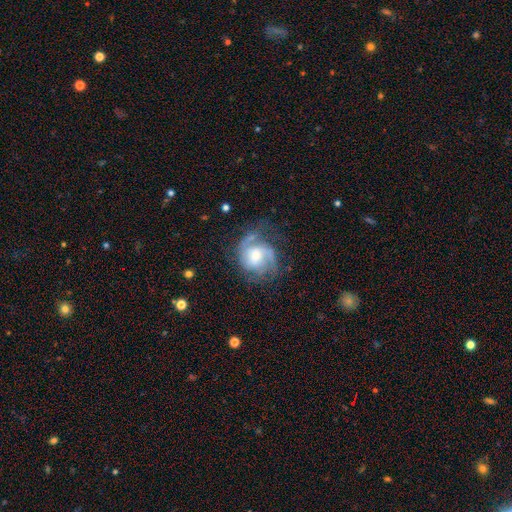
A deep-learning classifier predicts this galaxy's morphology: Q: Smooth or featured?
A: featured or disk (78%); runner-up: smooth (15%)
Q: Edge-on disk?
A: no (98%); runner-up: yes (2%)
Q: Bar?
A: no (52%); runner-up: weak (39%)
Q: Spiral arms?
A: yes (93%); runner-up: no (7%)
Q: Spiral winding?
A: medium (46%); runner-up: tight (34%)
Q: Spiral arm count?
A: 2 (48%); runner-up: can't tell (20%)
Q: Bulge size?
A: moderate (48%); runner-up: small (35%)
Q: Merging?
A: none (55%); runner-up: minor disturbance (22%)